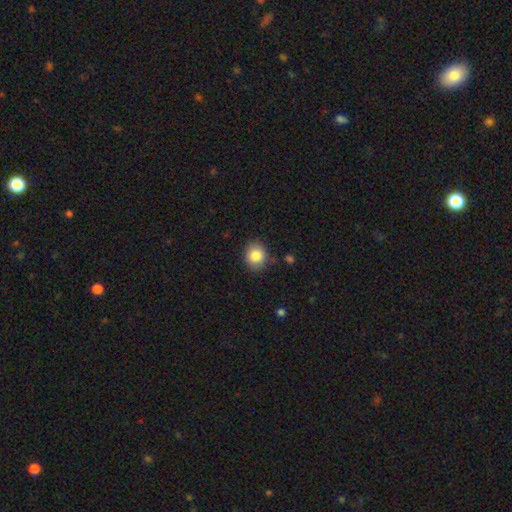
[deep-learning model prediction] Smooth or featured? Predicted: smooth (p=0.84). How rounded? Predicted: round (p=0.77). Merging? Predicted: none (p=0.84).